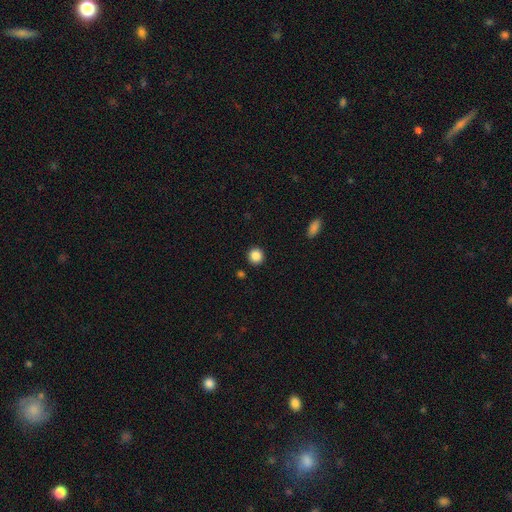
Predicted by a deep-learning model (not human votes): smooth_or_featured: smooth (p=0.87) [alt: star or artifact p=0.10]
how_rounded: round (p=0.93) [alt: in between p=0.06]
merging: none (p=0.92) [alt: minor disturbance p=0.05]